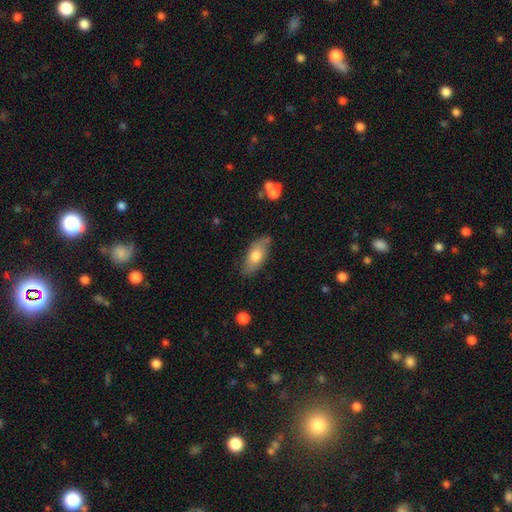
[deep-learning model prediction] A smooth galaxy with no disk features (70%) that is in between round and cigar-shaped (85%).

Vote fractions:
- Smooth or featured? smooth: 70% / featured or disk: 24% / star or artifact: 6%
- How rounded? in between: 85% / cigar-shaped: 12% / round: 3%
- Merging? none: 75% / minor disturbance: 18% / major disturbance: 3% / merger: 3%